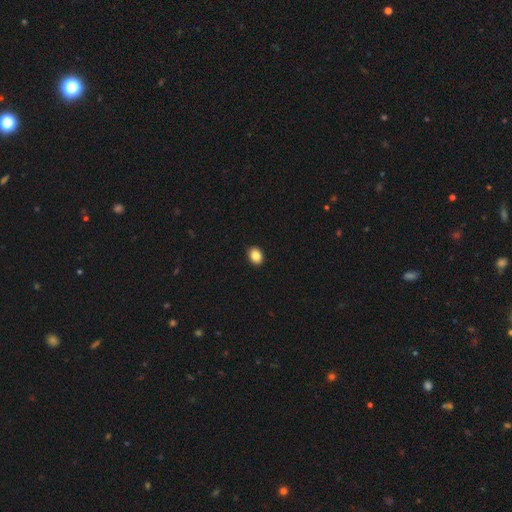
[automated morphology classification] Smooth or featured? Predicted: smooth (p=0.87). How rounded? Predicted: in between (p=0.53). Merging? Predicted: none (p=0.91).